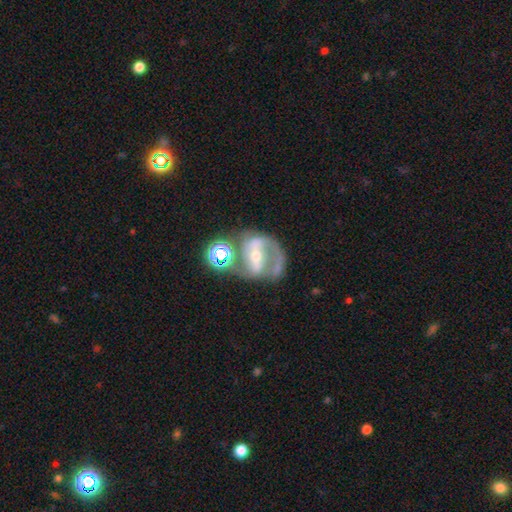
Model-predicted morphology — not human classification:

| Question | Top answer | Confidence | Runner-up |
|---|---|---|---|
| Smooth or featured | featured or disk | 81% | star or artifact (9%) |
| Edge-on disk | no | 96% | yes (4%) |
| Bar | strong | 60% | weak (26%) |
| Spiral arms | yes | 86% | no (14%) |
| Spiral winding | medium | 50% | tight (27%) |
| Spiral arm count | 2 | 79% | 1 (9%) |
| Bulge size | small | 55% | moderate (40%) |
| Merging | none | 51% | minor disturbance (17%) |